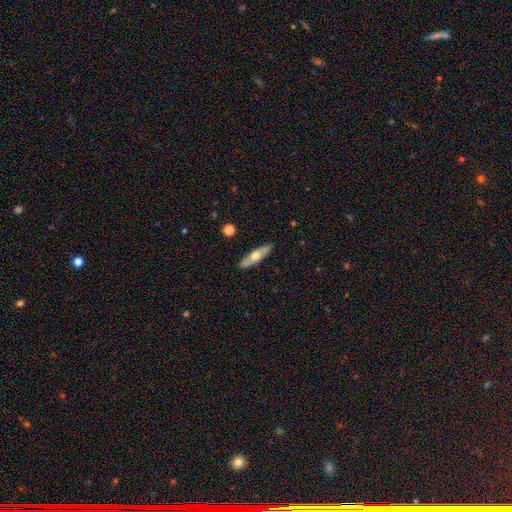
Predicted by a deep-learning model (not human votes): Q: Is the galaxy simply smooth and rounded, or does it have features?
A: featured or disk — 48%.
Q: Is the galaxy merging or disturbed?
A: none — 87%.